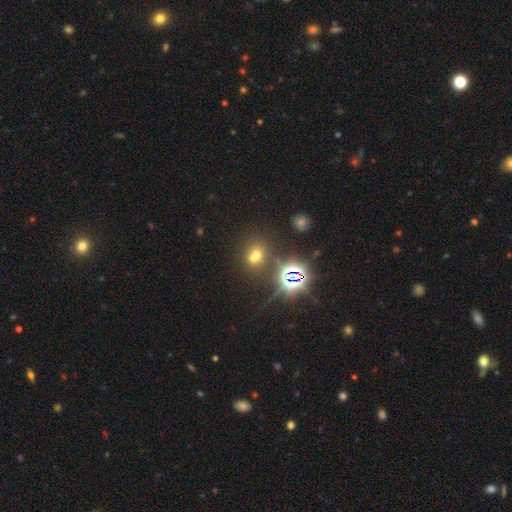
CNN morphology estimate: A smooth galaxy with no disk features (51%) that is round (61%).

Vote fractions:
- Smooth or featured? smooth: 51% / star or artifact: 35% / featured or disk: 14%
- How rounded? round: 61% / in between: 38% / cigar-shaped: 2%
- Merging? none: 45% / merger: 41% / minor disturbance: 9% / major disturbance: 5%